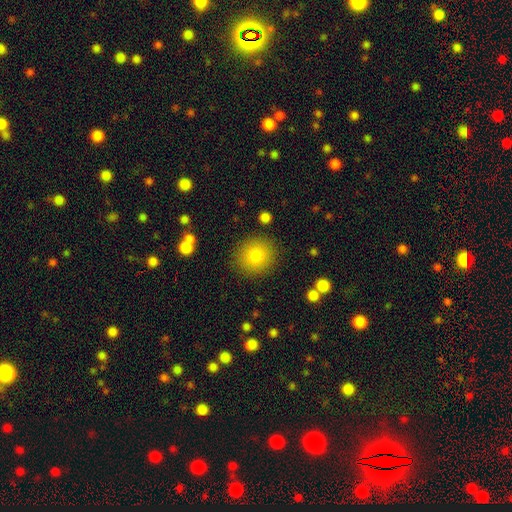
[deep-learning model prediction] A smooth galaxy with no disk features (80%) that is round (89%). Merging: none (88%).